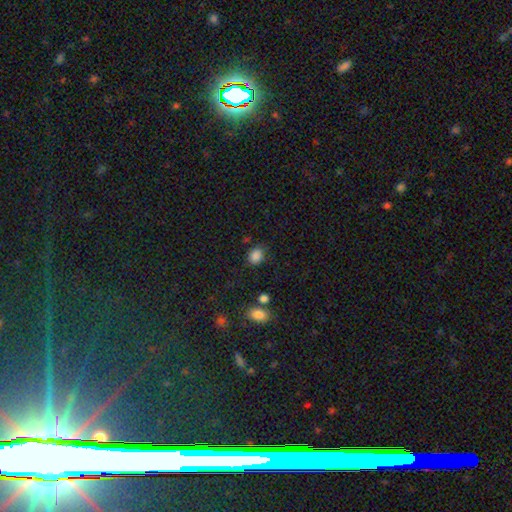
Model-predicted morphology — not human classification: smooth_or_featured: smooth (p=0.85) [alt: star or artifact p=0.11]
how_rounded: round (p=0.51) [alt: in between p=0.48]
merging: none (p=0.73) [alt: minor disturbance p=0.18]